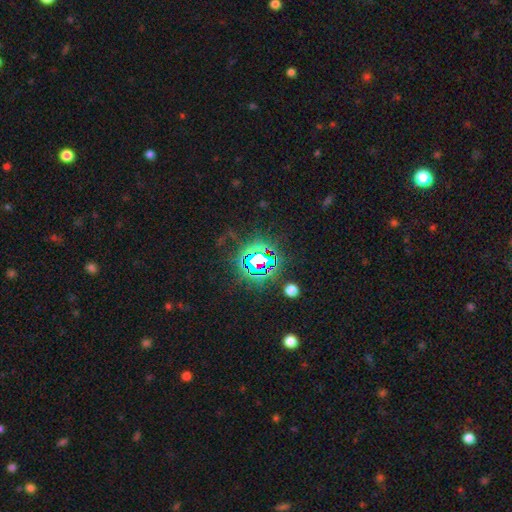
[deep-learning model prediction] The model was most divided on "smooth or featured": star or artifact: 80%, smooth: 10%, featured or disk: 10%.